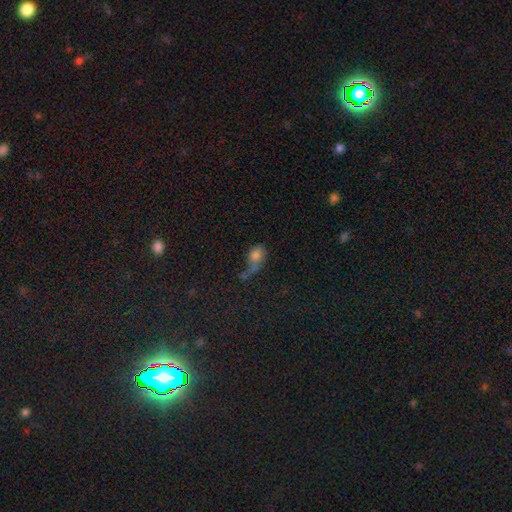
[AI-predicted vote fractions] Smooth or featured: smooth — 68% (featured or disk — 19%)
How rounded: in between — 73% (round — 24%)
Merging: major disturbance — 33% (merger — 24%)